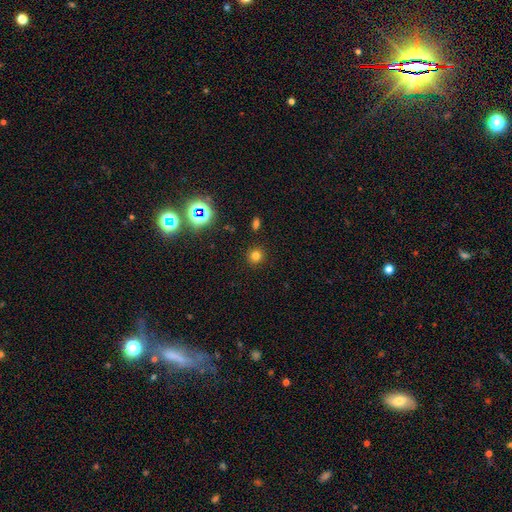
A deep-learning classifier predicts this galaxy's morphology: This is likely a smooth galaxy (75%). How rounded: clearly round (92%). Merging: clearly none (91%).